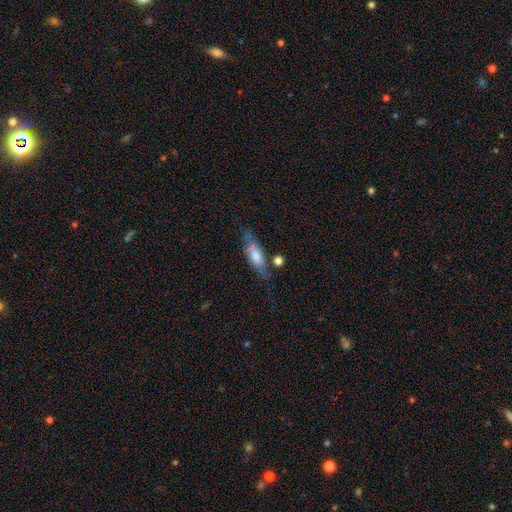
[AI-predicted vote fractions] Morphology: type=smooth (56%); roundness=in between (51%); merging=none (62%).